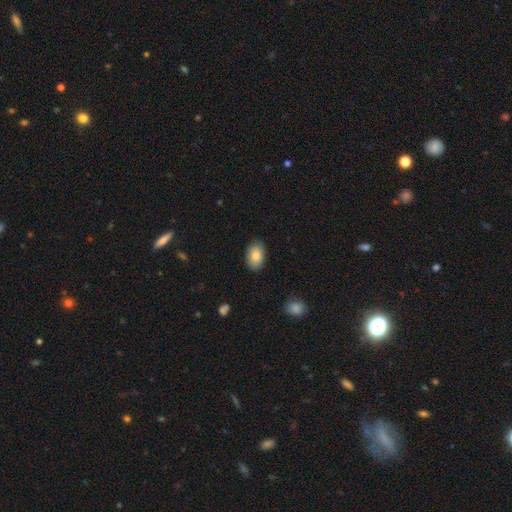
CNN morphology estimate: This is clearly a smooth galaxy (83%). How rounded: clearly in between (89%). Merging: clearly none (86%).